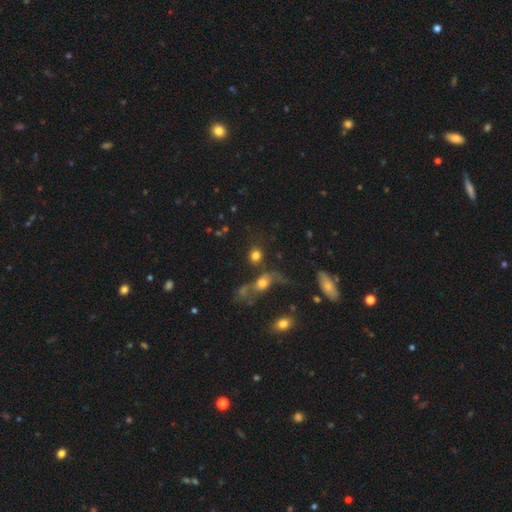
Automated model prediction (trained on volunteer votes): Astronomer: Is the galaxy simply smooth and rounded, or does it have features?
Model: smooth — 77%.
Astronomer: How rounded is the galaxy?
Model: round — 76%.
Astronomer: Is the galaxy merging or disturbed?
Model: none — 58%.